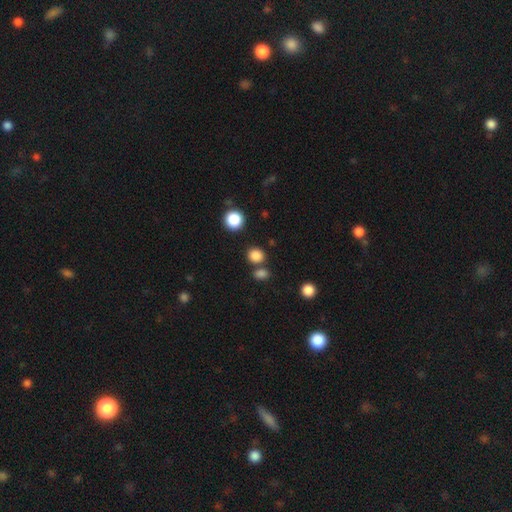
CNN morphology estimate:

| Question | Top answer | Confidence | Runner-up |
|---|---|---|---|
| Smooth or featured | smooth | 83% | star or artifact (13%) |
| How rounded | round | 76% | in between (23%) |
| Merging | none | 71% | merger (17%) |